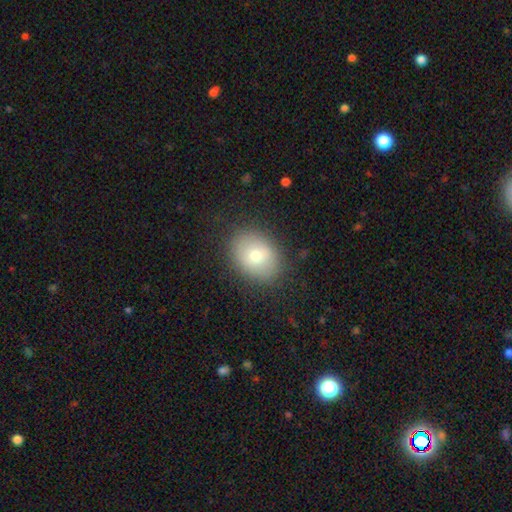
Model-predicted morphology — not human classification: The model was most divided on "how rounded": in between: 57%, round: 42%, cigar-shaped: 1%. More confident: merging — none (85%); smooth or featured — smooth (73%).